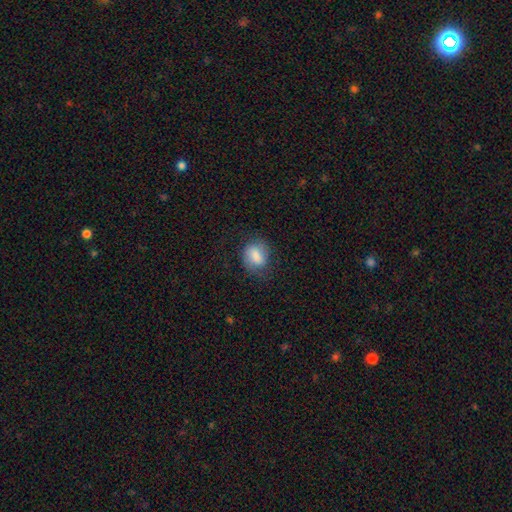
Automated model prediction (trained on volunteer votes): smooth 72%, featured or disk 20%, star or artifact 8%. Down the decision tree: how rounded — in between (57%); merging — none (66%).